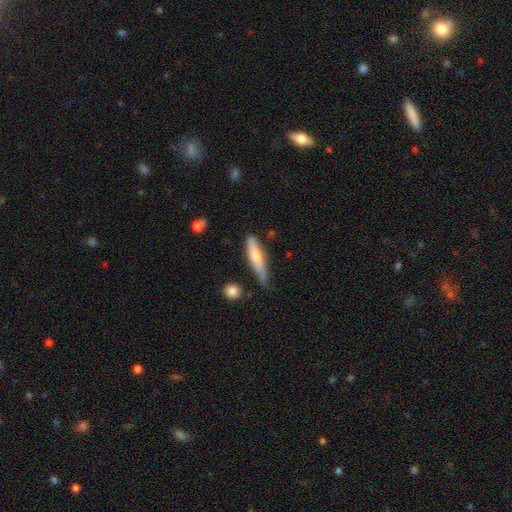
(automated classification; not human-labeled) smooth_or_featured: smooth (p=0.68) [alt: featured or disk p=0.27]
how_rounded: cigar-shaped (p=0.71) [alt: in between p=0.27]
merging: none (p=0.52) [alt: minor disturbance p=0.36]